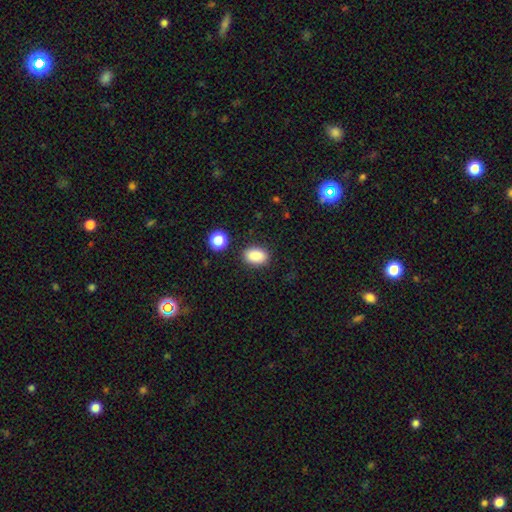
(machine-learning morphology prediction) This is clearly a smooth galaxy (88%). How rounded: clearly in between (84%). Merging: clearly none (84%).